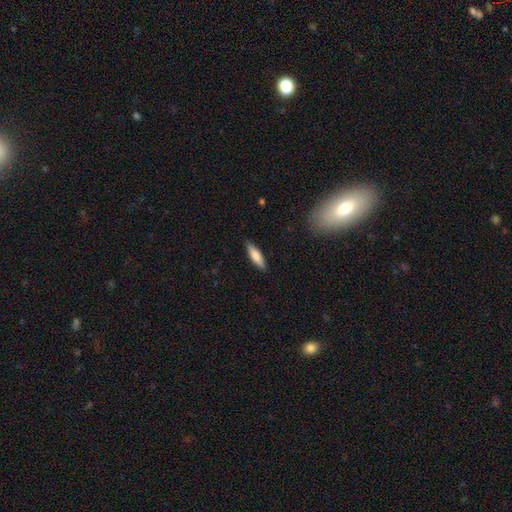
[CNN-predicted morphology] Overall: smooth (73%). How rounded: cigar-shaped (65%; in between 34%). Merging: none (87%).